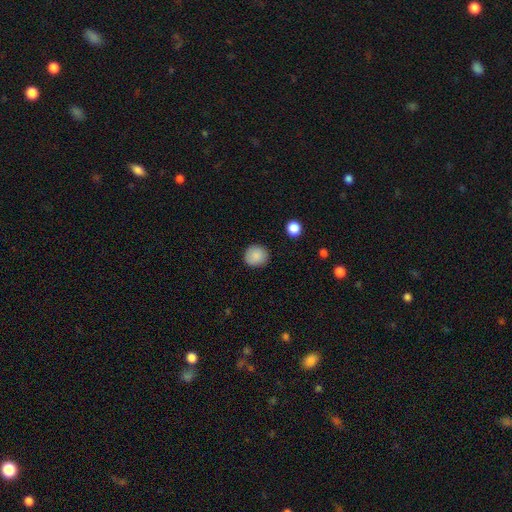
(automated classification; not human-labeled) A smooth galaxy with no disk features (87%) that is round (89%).

Vote fractions:
- Smooth or featured? smooth: 87% / star or artifact: 8% / featured or disk: 4%
- How rounded? round: 89% / in between: 10% / cigar-shaped: 1%
- Merging? none: 89% / minor disturbance: 8% / major disturbance: 2% / merger: 1%